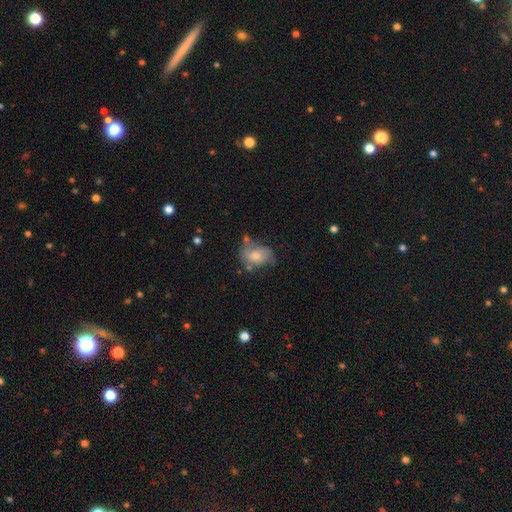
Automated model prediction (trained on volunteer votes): A smooth galaxy with no disk features (60%) that is in between round and cigar-shaped (77%). Merging: none (42%).